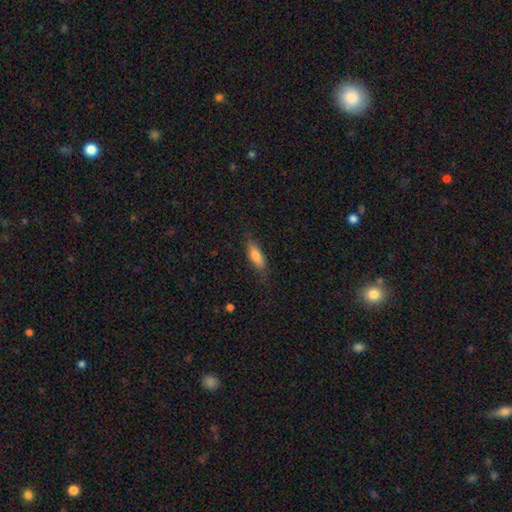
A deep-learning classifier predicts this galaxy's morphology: type=smooth (75%); roundness=in between (61%); merging=none (75%).